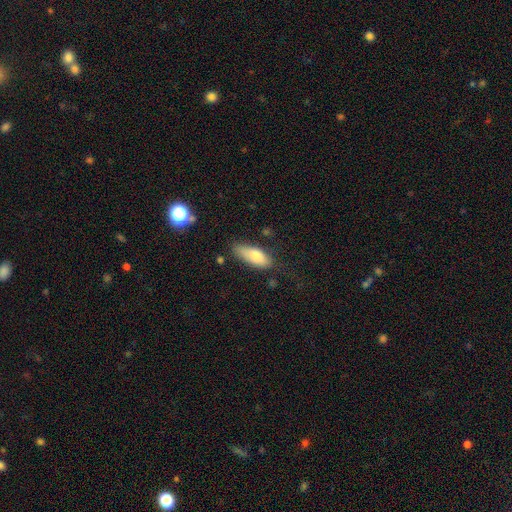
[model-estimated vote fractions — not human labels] smooth-or-featured: smooth: 76% | featured or disk: 17% | star or artifact: 7%
  how-rounded: in between: 73% | cigar-shaped: 25% | round: 2%
  merging: none: 60% | minor disturbance: 28% | major disturbance: 8% | merger: 3%